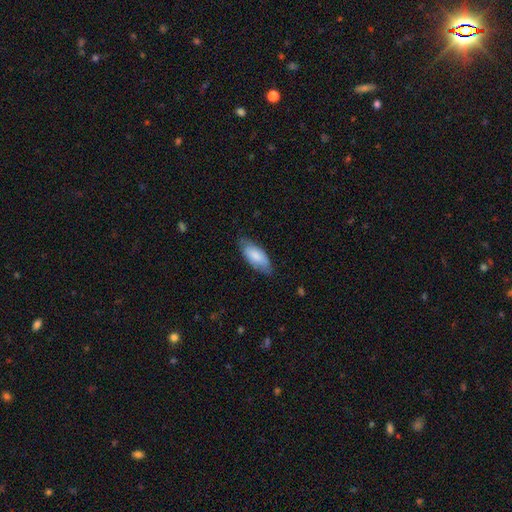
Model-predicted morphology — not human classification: This appears to be a smooth galaxy with no disk features (78%) that is in between round and cigar-shaped (84%). Merging: none (73%).